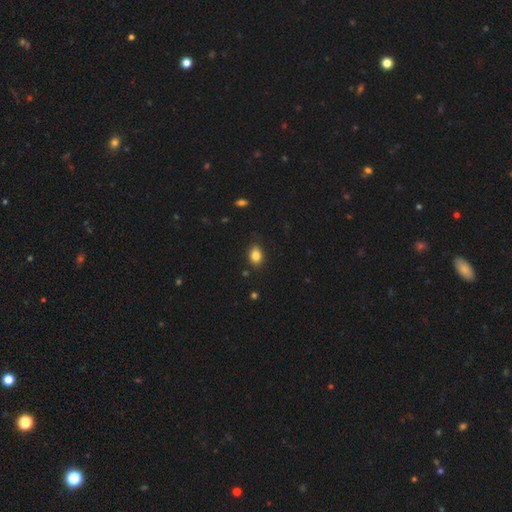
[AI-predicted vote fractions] A smooth galaxy with no disk features (84%) that is in between round and cigar-shaped (77%).

Vote fractions:
- Smooth or featured? smooth: 84% / star or artifact: 10% / featured or disk: 7%
- How rounded? in between: 77% / round: 21% / cigar-shaped: 2%
- Merging? none: 82% / minor disturbance: 14% / major disturbance: 3% / merger: 1%